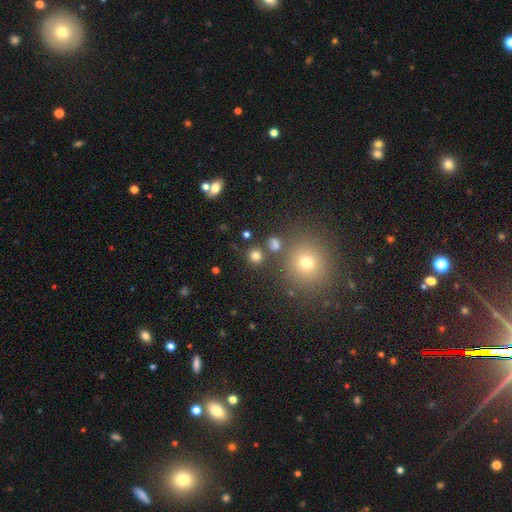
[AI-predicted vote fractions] smooth_or_featured: smooth (p=0.77) [alt: star or artifact p=0.18]
how_rounded: round (p=0.91) [alt: in between p=0.08]
merging: none (p=0.83) [alt: merger p=0.07]